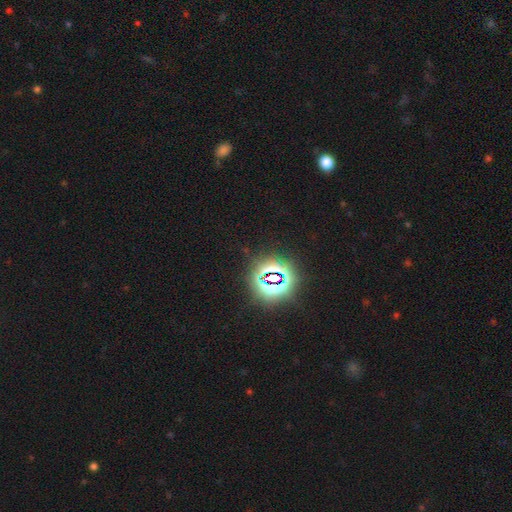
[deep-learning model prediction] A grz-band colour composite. It shows a star or artifact, not a galaxy (78%).